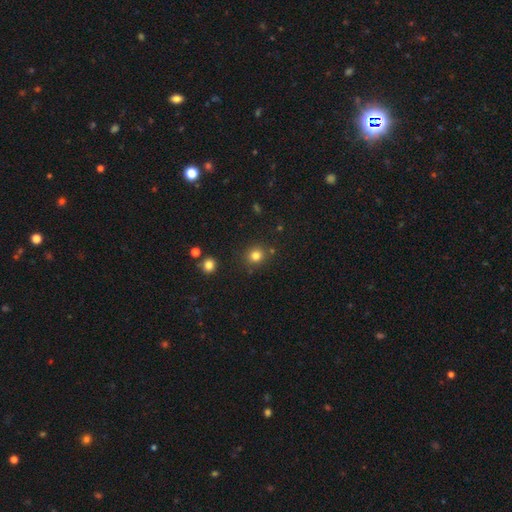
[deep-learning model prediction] A smooth galaxy with no disk features (81%) that is round (88%).

Vote fractions:
- Smooth or featured? smooth: 81% / star or artifact: 14% / featured or disk: 5%
- How rounded? round: 88% / in between: 11% / cigar-shaped: 1%
- Merging? none: 85% / minor disturbance: 8% / merger: 4% / major disturbance: 3%